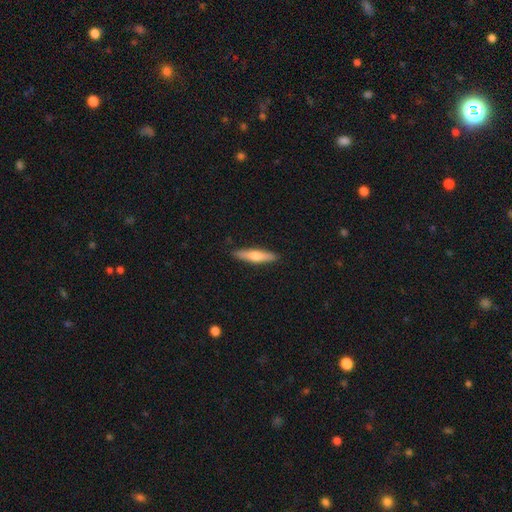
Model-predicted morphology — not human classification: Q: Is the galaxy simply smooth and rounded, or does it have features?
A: smooth — 56%.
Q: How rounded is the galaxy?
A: cigar-shaped — 81%.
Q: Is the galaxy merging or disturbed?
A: none — 90%.